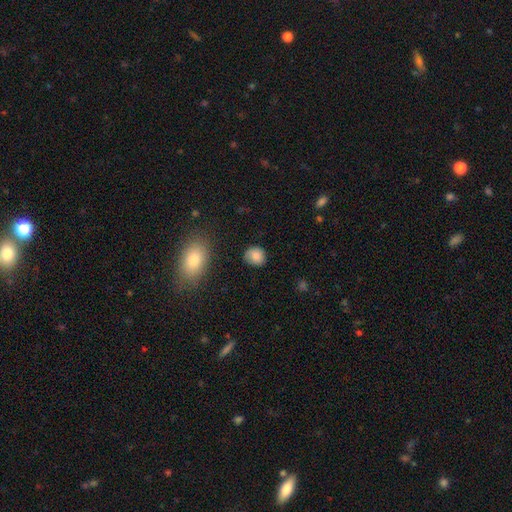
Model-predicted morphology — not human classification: type=smooth (86%); roundness=round (74%); merging=none (80%).